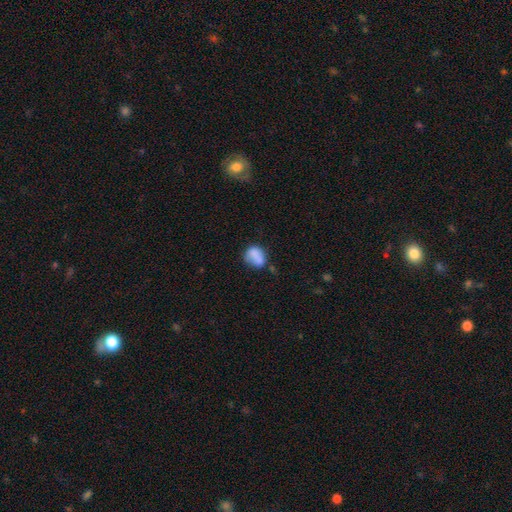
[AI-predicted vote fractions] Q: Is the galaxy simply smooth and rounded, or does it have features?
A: smooth — 78%.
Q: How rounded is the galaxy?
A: in between — 51%.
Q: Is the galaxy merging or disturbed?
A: none — 47%.